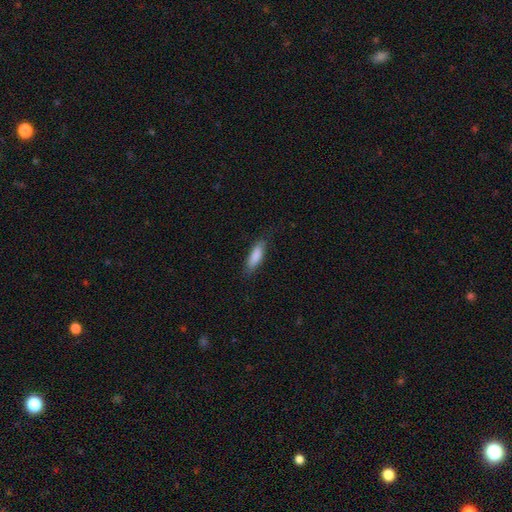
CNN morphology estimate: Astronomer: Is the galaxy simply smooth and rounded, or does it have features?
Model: smooth — 85%.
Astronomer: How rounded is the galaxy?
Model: cigar-shaped — 51% (runner-up: in between, 47%).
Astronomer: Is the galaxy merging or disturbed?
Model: none — 80%.